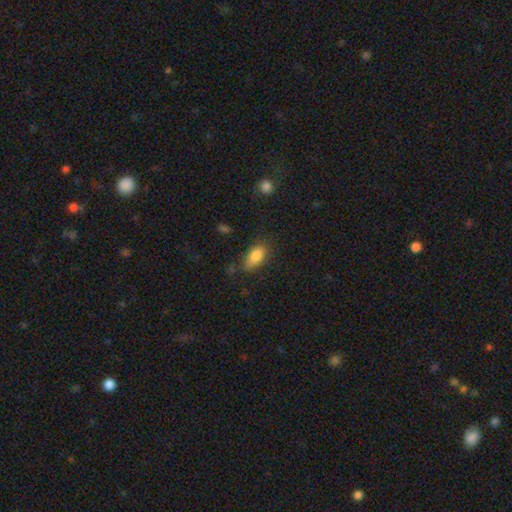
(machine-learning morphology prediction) The model was most divided on "merging": none: 64%, minor disturbance: 25%, major disturbance: 8%, merger: 3%. More confident: how rounded — in between (86%); smooth or featured — smooth (81%).